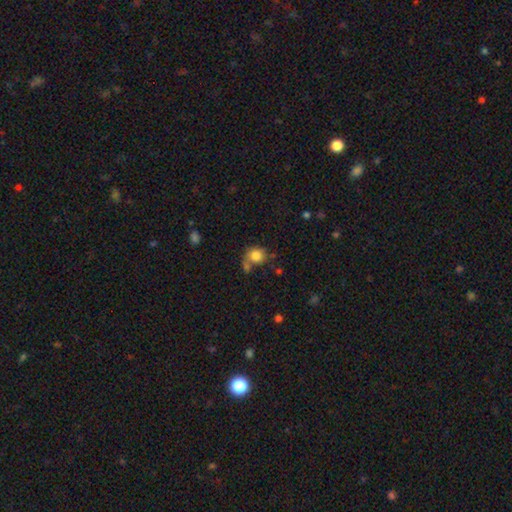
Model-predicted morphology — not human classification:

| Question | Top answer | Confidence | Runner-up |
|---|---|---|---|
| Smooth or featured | smooth | 81% | star or artifact (10%) |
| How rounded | round | 77% | in between (22%) |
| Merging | none | 53% | merger (20%) |